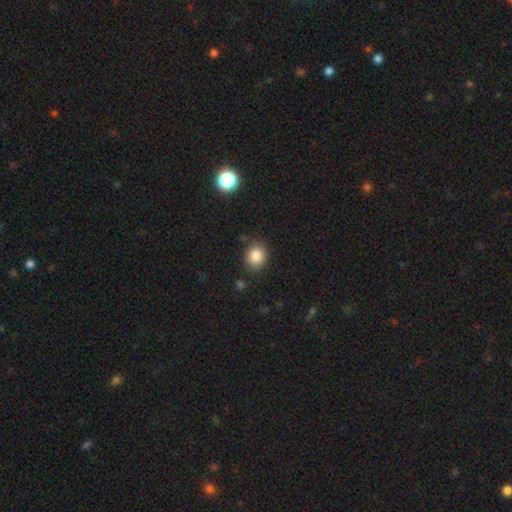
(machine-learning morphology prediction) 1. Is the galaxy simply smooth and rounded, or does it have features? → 86% smooth, 9% star or artifact, 5% featured or disk.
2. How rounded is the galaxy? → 54% round, 45% in between, 1% cigar-shaped.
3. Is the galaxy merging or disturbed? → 82% none, 12% minor disturbance, 3% major disturbance, 3% merger.